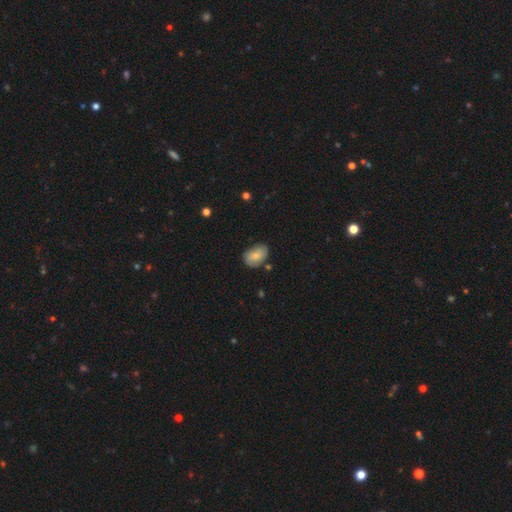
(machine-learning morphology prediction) Smooth or featured? smooth (69%)
How rounded? in between (83%)
Merging? none (65%)